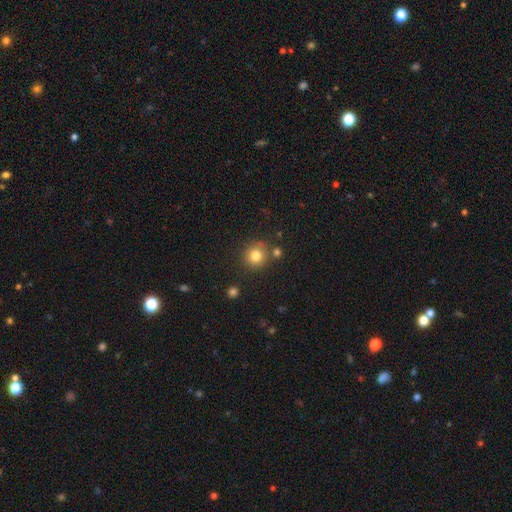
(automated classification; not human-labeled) Q: Smooth or featured?
A: smooth (82%); runner-up: star or artifact (12%)
Q: How rounded?
A: round (91%); runner-up: in between (8%)
Q: Merging?
A: none (79%); runner-up: minor disturbance (10%)